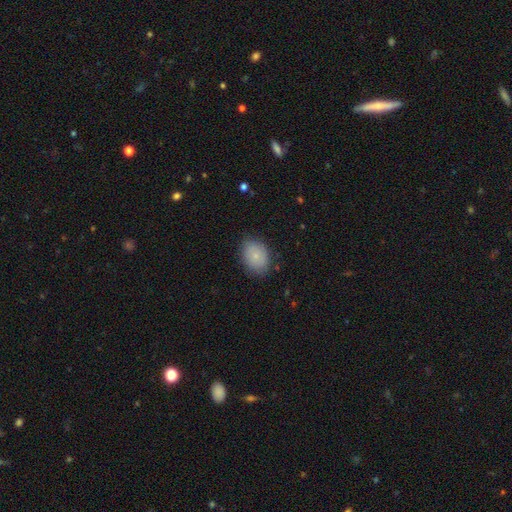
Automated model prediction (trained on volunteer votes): The model was most divided on "how rounded": in between: 76%, round: 23%, cigar-shaped: 1%. More confident: merging — none (82%); smooth or featured — smooth (81%).